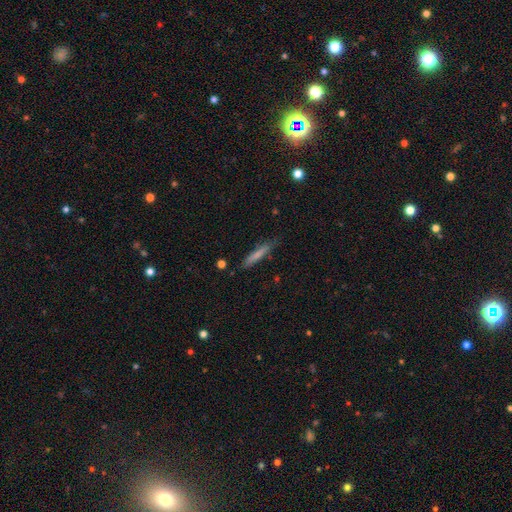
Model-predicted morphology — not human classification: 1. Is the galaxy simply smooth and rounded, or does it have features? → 65% smooth, 28% featured or disk, 7% star or artifact.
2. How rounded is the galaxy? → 94% cigar-shaped, 5% in between, 1% round.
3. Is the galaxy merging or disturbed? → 81% none, 14% minor disturbance, 3% major disturbance, 2% merger.